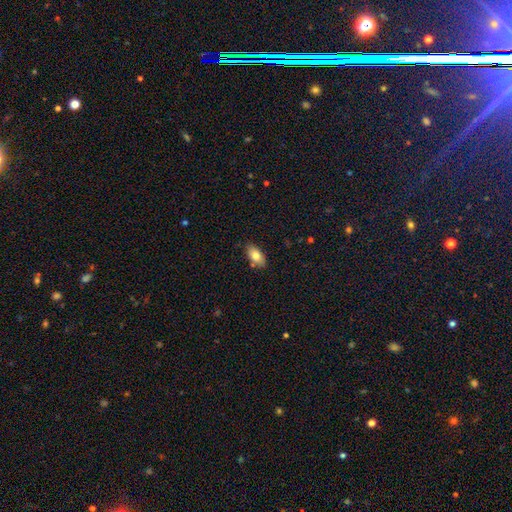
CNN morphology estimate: Smooth or featured? smooth (79%)
How rounded? in between (92%)
Merging? none (83%)